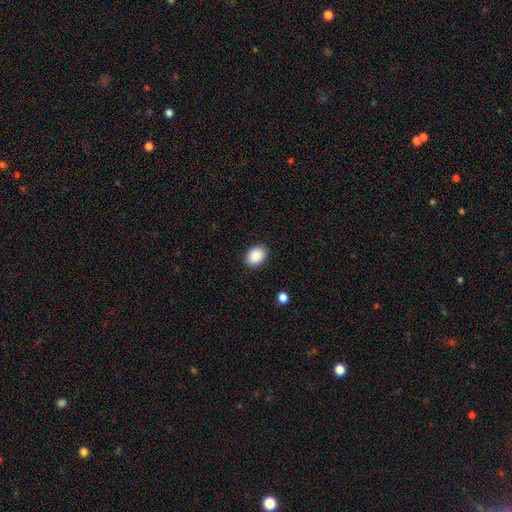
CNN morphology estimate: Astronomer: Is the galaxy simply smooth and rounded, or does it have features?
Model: smooth — 89%.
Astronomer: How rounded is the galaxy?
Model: in between — 74%.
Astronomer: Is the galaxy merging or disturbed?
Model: none — 88%.